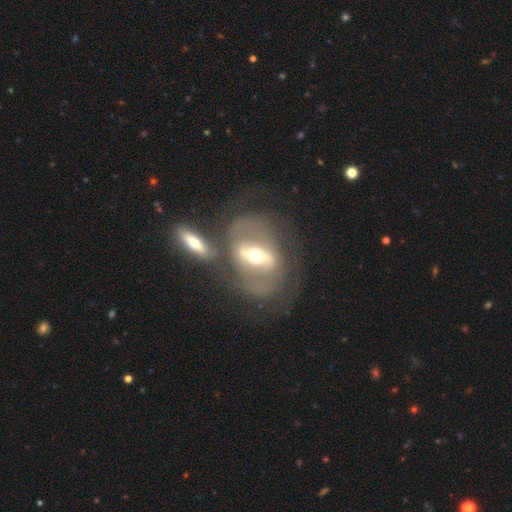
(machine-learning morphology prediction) Q: Smooth or featured?
A: featured or disk (76%); runner-up: smooth (17%)
Q: Edge-on disk?
A: no (89%); runner-up: yes (11%)
Q: Bar?
A: strong (62%); runner-up: weak (26%)
Q: Spiral arms?
A: yes (60%); runner-up: no (40%)
Q: Bulge size?
A: moderate (68%); runner-up: small (20%)
Q: Merging?
A: none (45%); runner-up: merger (27%)